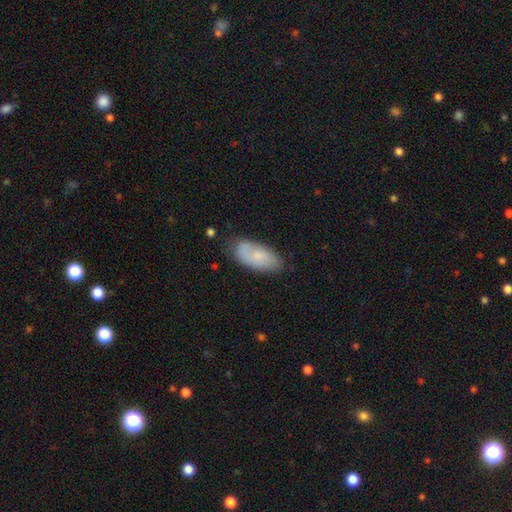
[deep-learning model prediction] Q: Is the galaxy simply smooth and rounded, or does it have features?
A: smooth — 67%.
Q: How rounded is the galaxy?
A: in between — 90%.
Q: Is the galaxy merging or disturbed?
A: none — 67%.